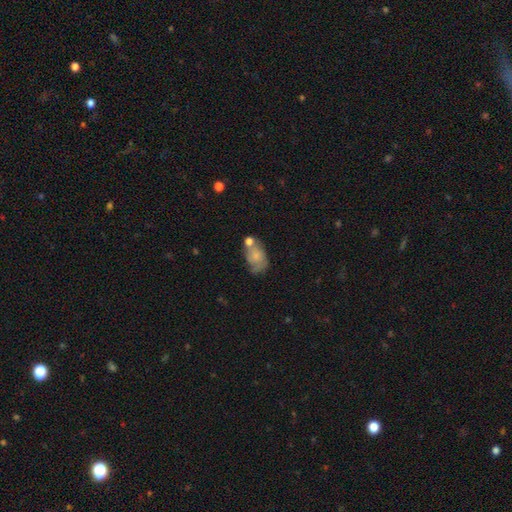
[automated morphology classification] The model was most divided on "merging": none: 36%, merger: 26%, minor disturbance: 25%, major disturbance: 12%. More confident: how rounded — in between (85%); smooth or featured — smooth (59%).